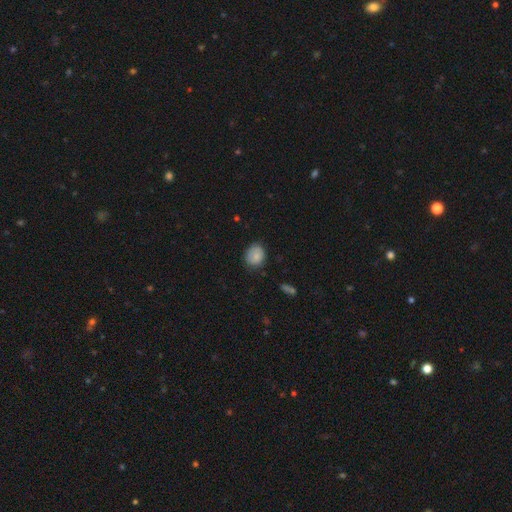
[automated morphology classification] Smooth or featured?
  - smooth: 82% *
  - featured or disk: 10%
  - star or artifact: 8%
How rounded?
  - round: 58% *
  - in between: 41%
  - cigar-shaped: 1%
Merging?
  - none: 72% *
  - minor disturbance: 23%
  - major disturbance: 4%
  - merger: 1%